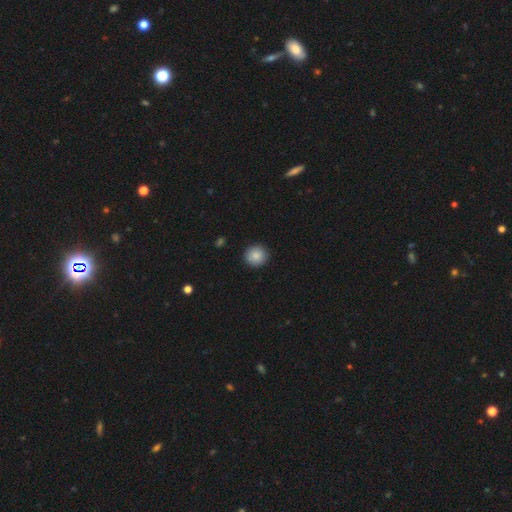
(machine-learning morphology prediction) Q: Smooth or featured?
A: smooth (87%); runner-up: star or artifact (8%)
Q: How rounded?
A: round (93%); runner-up: in between (6%)
Q: Merging?
A: none (92%); runner-up: minor disturbance (6%)